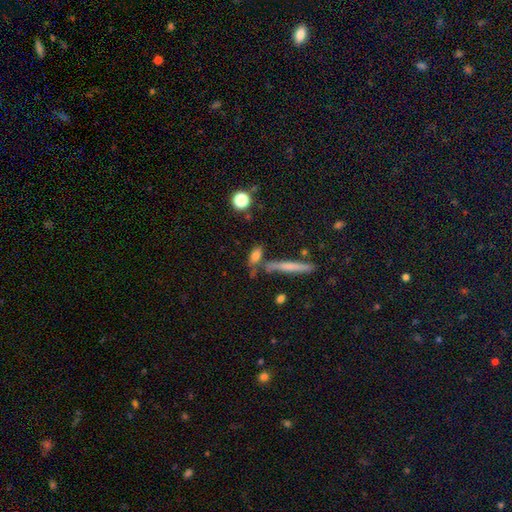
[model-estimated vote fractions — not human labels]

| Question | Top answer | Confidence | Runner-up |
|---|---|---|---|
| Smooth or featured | smooth | 73% | featured or disk (18%) |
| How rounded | in between | 54% | cigar-shaped (38%) |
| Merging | none | 59% | merger (20%) |